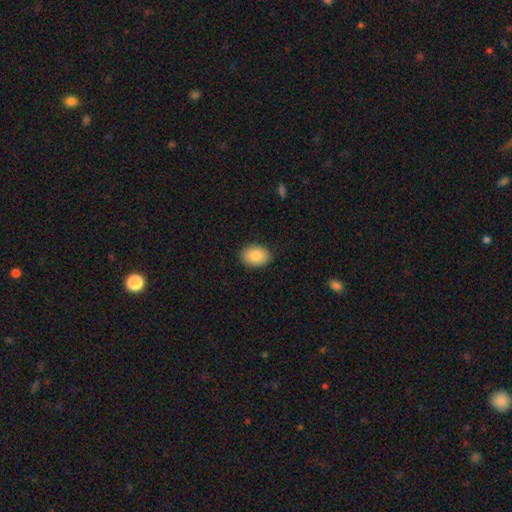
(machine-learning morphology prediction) Smooth or featured?
  - smooth: 86% *
  - featured or disk: 7%
  - star or artifact: 7%
How rounded?
  - in between: 80% *
  - round: 19%
  - cigar-shaped: 1%
Merging?
  - none: 88% *
  - minor disturbance: 9%
  - major disturbance: 2%
  - merger: 1%